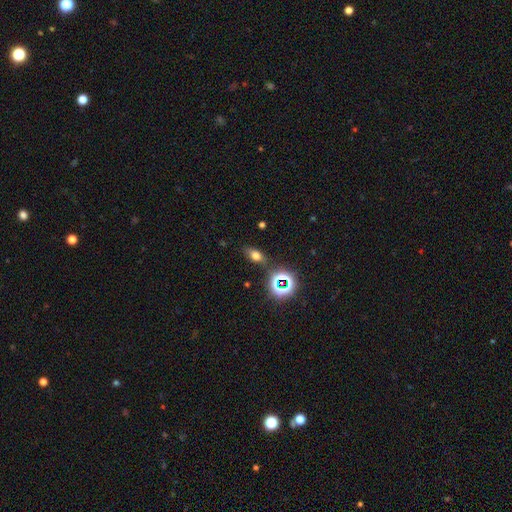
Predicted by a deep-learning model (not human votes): Overall: smooth (62%; star or artifact 25%). How rounded: in between (76%). Merging: none (78%).